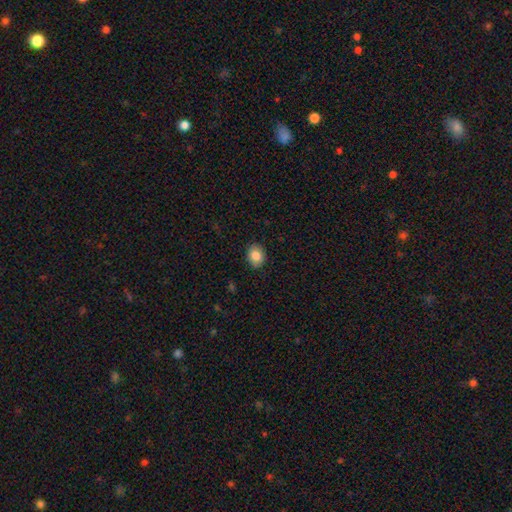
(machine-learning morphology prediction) smooth 84%, star or artifact 8%, featured or disk 8%. Down the decision tree: how rounded — in between (56%); merging — none (89%).